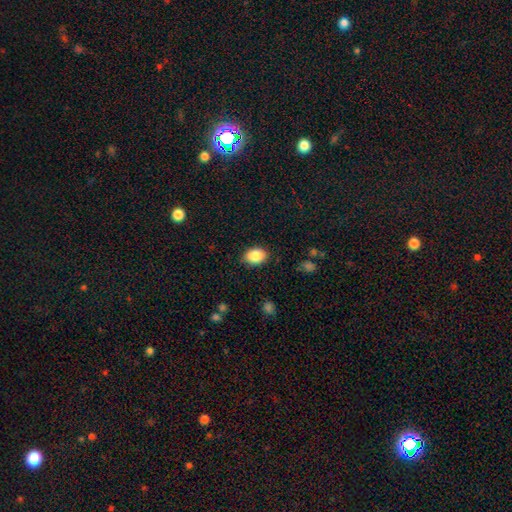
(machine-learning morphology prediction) type=smooth (86%); roundness=in between (74%); merging=none (85%).